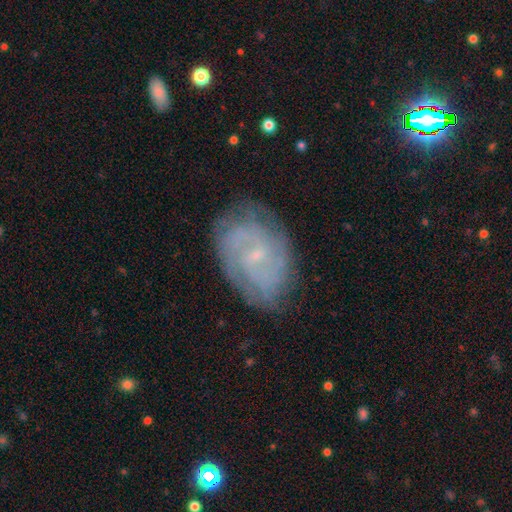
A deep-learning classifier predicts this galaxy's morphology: type=featured or disk (77%); edge-on=no (97%); bar=no (51%); spiral arms=yes (92%); winding=tight (55%); arm count=2 (36%, tied with can't tell); bulge=small (78%); merging=none (75%).